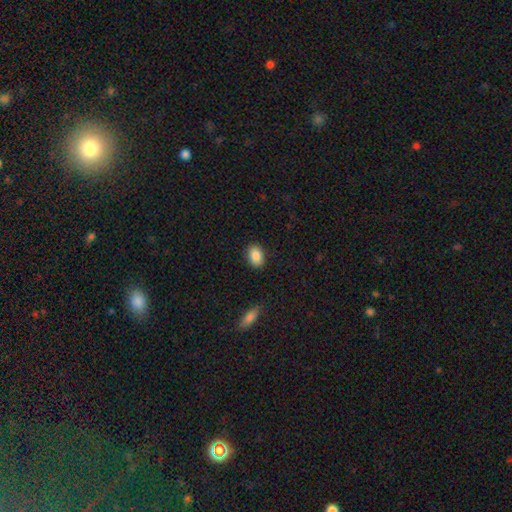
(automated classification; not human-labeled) A smooth galaxy with no disk features (88%) that is in between round and cigar-shaped (81%).

Vote fractions:
- Smooth or featured? smooth: 88% / star or artifact: 8% / featured or disk: 4%
- How rounded? in between: 81% / round: 17% / cigar-shaped: 1%
- Merging? none: 88% / minor disturbance: 8% / major disturbance: 2% / merger: 1%